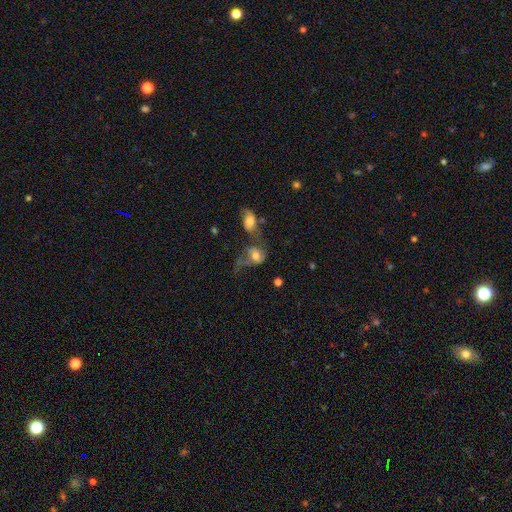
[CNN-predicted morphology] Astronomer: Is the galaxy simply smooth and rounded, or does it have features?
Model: smooth — 47% (runner-up: featured or disk, 43%).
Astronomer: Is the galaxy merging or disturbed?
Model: merger — 40% (runner-up: major disturbance, 27%).